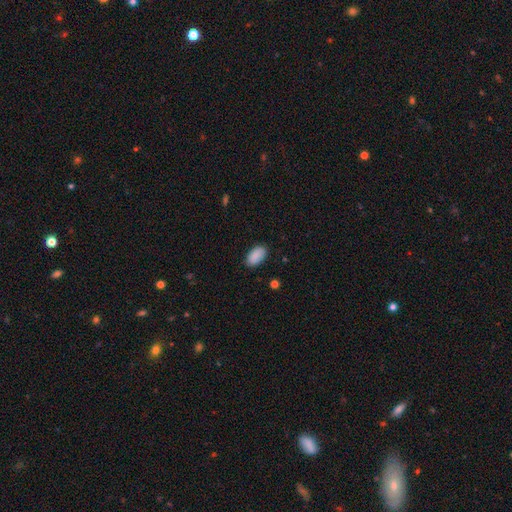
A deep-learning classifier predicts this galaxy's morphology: Smooth or featured? Predicted: smooth (p=0.90). How rounded? Predicted: in between (p=0.94). Merging? Predicted: none (p=0.85).